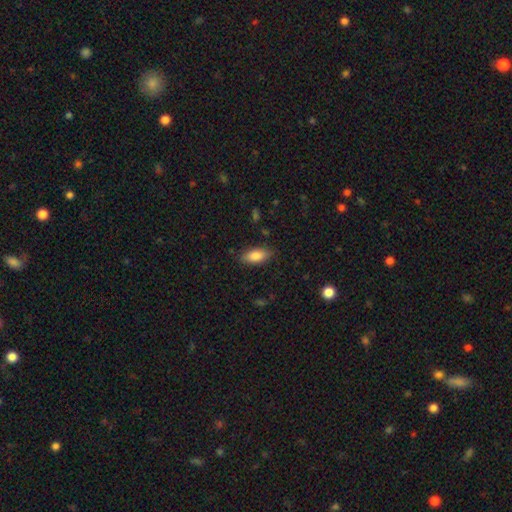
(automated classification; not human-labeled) A smooth galaxy with no disk features (84%) that is in between round and cigar-shaped (85%). Merging: none (85%).